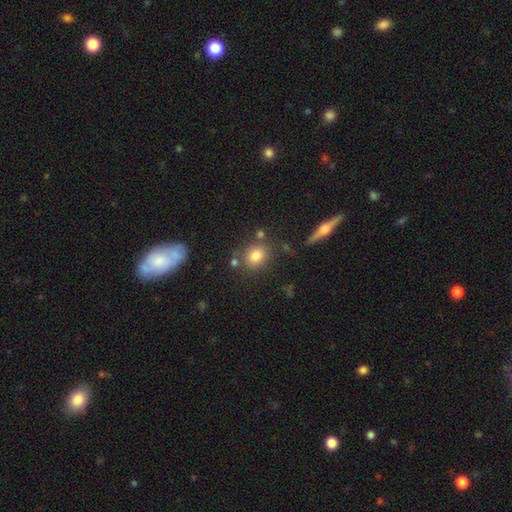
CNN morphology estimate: This is likely a smooth galaxy (79%). How rounded: likely round (70%). Merging: likely none (74%).